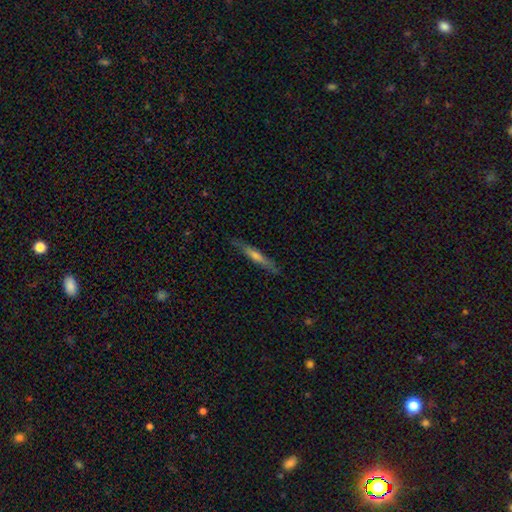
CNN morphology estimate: Overall: featured or disk (52%; smooth 42%). Edge-on disk: yes (93%). Merging: none (86%).